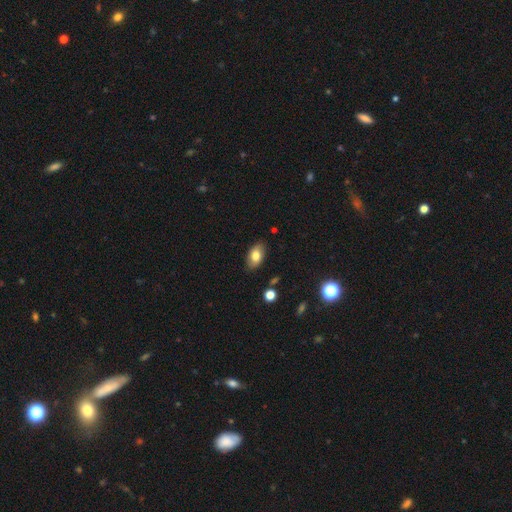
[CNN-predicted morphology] The model was most divided on "smooth or featured": smooth: 79%, featured or disk: 13%, star or artifact: 8%. More confident: how rounded — in between (92%); merging — none (86%).